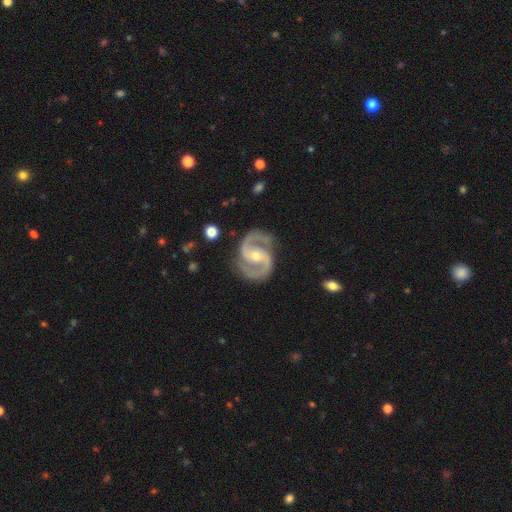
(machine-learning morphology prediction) smooth_or_featured: featured or disk (p=0.94) [alt: star or artifact p=0.04]
disk_edge_on: no (p=0.98) [alt: yes p=0.02]
bar: no (p=0.39) [alt: weak p=0.37]
has_spiral_arms: yes (p=0.99) [alt: no p=0.01]
spiral_winding: medium (p=0.65) [alt: tight p=0.25]
spiral_arm_count: 2 (p=0.94) [alt: 3 p=0.02]
bulge_size: moderate (p=0.50) [alt: small p=0.47]
merging: none (p=0.83) [alt: minor disturbance p=0.12]